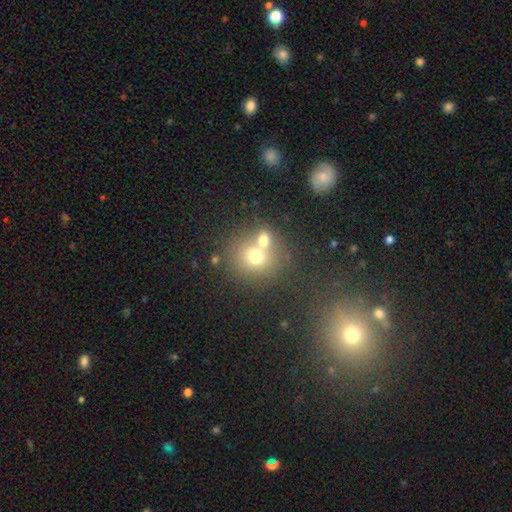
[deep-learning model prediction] Q: Smooth or featured?
A: smooth (68%); runner-up: featured or disk (17%)
Q: How rounded?
A: round (80%); runner-up: in between (19%)
Q: Merging?
A: merger (46%); runner-up: none (42%)